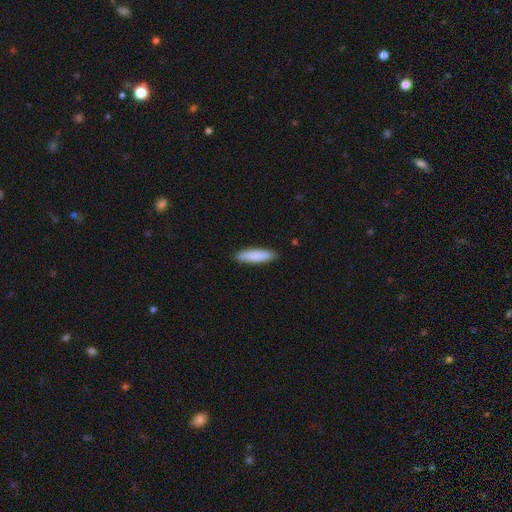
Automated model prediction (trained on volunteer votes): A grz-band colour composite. It shows a smooth galaxy with no disk features (86%) that is cigar-shaped (71%). Merging: none (89%).